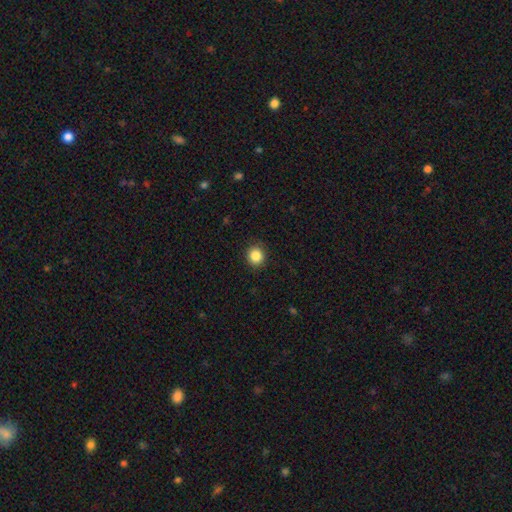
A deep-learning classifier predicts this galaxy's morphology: type=smooth (86%); roundness=round (89%); merging=none (90%).